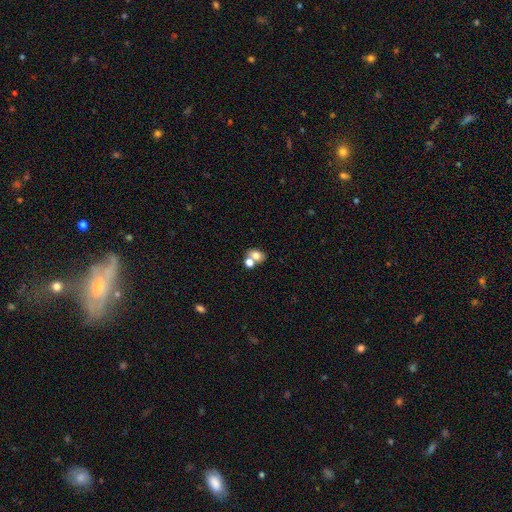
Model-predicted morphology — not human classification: type=smooth (74%); roundness=in between (70%); merging=merger (44%).